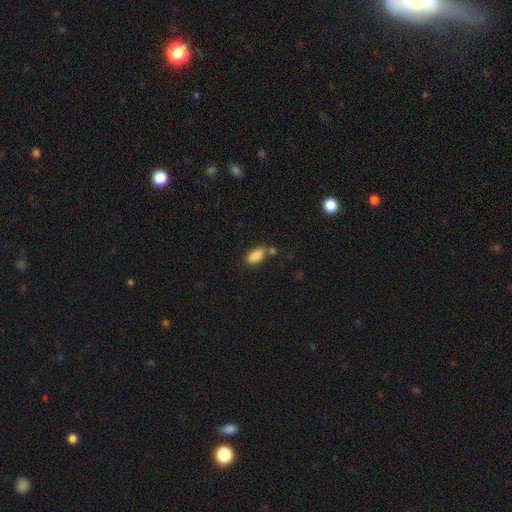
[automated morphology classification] This is clearly a smooth galaxy (87%). How rounded: clearly in between (87%). Merging: likely none (64%).